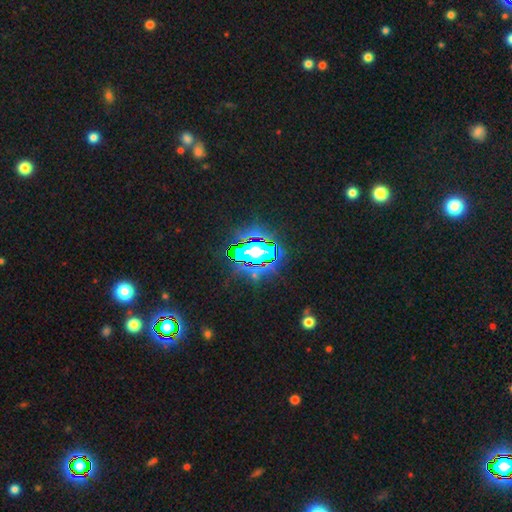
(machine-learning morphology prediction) smooth-or-featured: star or artifact: 74% | smooth: 14% | featured or disk: 12%